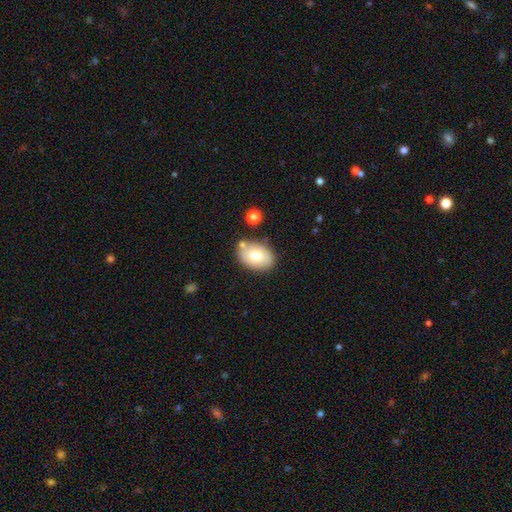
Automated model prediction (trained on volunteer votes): Smooth or featured? Predicted: smooth (p=0.71). How rounded? Predicted: in between (p=0.80). Merging? Predicted: none (p=0.74).